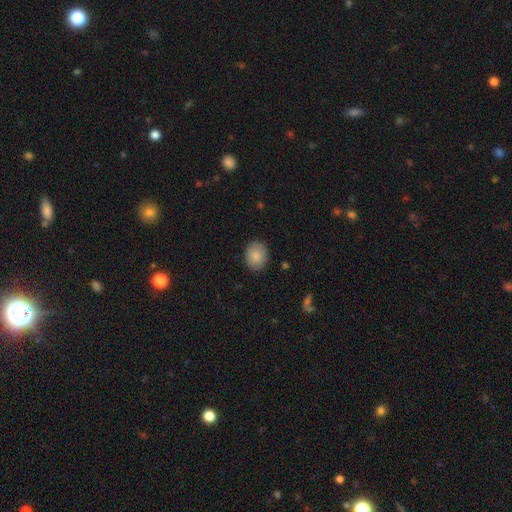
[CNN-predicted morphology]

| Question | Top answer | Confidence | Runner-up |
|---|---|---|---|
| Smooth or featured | smooth | 85% | star or artifact (8%) |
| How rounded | round | 62% | in between (37%) |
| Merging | none | 85% | minor disturbance (11%) |